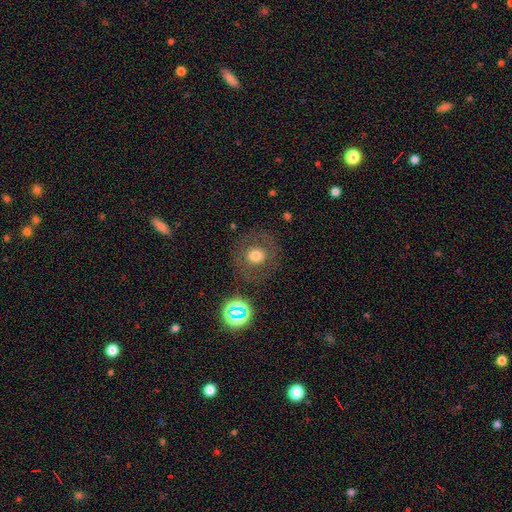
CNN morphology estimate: smooth_or_featured: smooth (p=0.63) [alt: featured or disk p=0.23]
how_rounded: round (p=0.90) [alt: in between p=0.09]
merging: none (p=0.82) [alt: minor disturbance p=0.09]